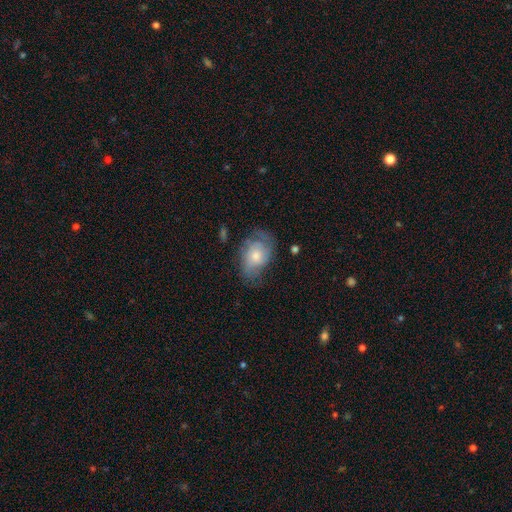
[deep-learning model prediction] smooth-or-featured: smooth: 50% | featured or disk: 43% | star or artifact: 7%
  merging: none: 52% | minor disturbance: 30% | major disturbance: 16% | merger: 2%